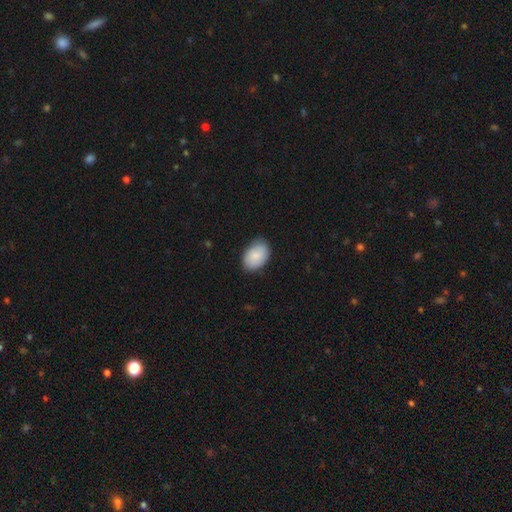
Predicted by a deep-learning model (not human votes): A smooth galaxy with no disk features (87%) that is in between round and cigar-shaped (89%).

Vote fractions:
- Smooth or featured? smooth: 87% / featured or disk: 8% / star or artifact: 6%
- How rounded? in between: 89% / round: 10% / cigar-shaped: 1%
- Merging? none: 79% / minor disturbance: 17% / major disturbance: 3% / merger: 1%